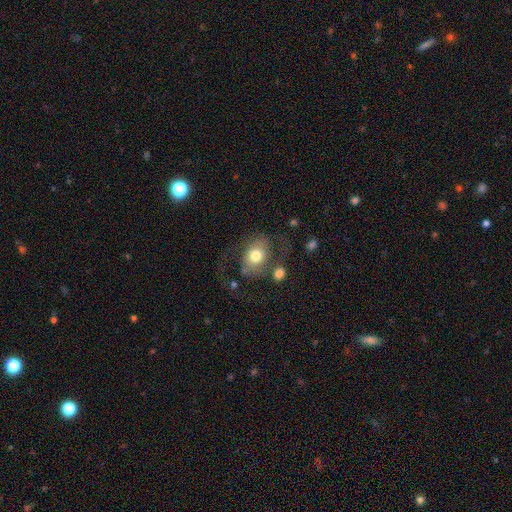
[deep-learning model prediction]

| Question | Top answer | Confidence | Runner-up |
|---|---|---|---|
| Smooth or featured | smooth | 53% | featured or disk (39%) |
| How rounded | in between | 65% | round (33%) |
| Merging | none | 47% | major disturbance (24%) |